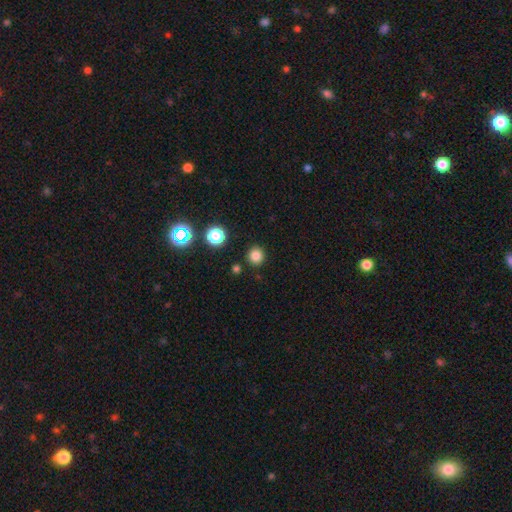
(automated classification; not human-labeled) Overall: smooth (80%). How rounded: round (92%). Merging: none (89%).